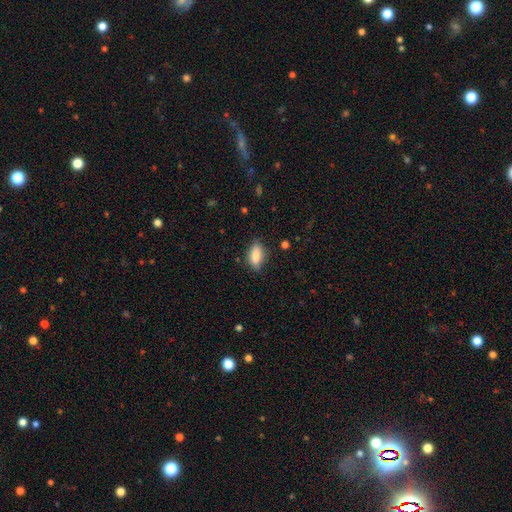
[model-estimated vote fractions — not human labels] The model was most divided on "merging": none: 77%, minor disturbance: 18%, major disturbance: 4%, merger: 1%. More confident: smooth or featured — smooth (82%); how rounded — in between (81%).